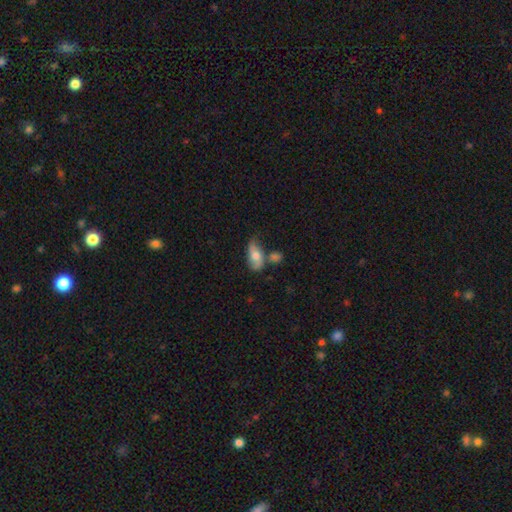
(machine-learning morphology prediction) smooth 61%, featured or disk 32%, star or artifact 7%. Down the decision tree: how rounded — in between (86%); merging — none (47%).